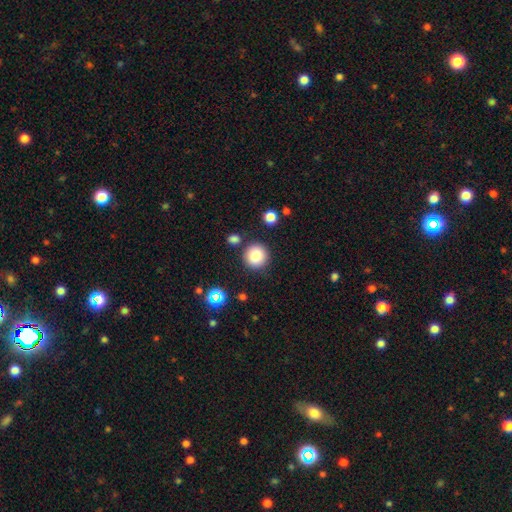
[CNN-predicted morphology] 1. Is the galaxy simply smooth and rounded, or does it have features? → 84% smooth, 10% star or artifact, 6% featured or disk.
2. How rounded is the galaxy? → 94% round, 5% in between, 1% cigar-shaped.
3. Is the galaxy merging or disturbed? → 85% none, 8% minor disturbance, 5% merger, 3% major disturbance.